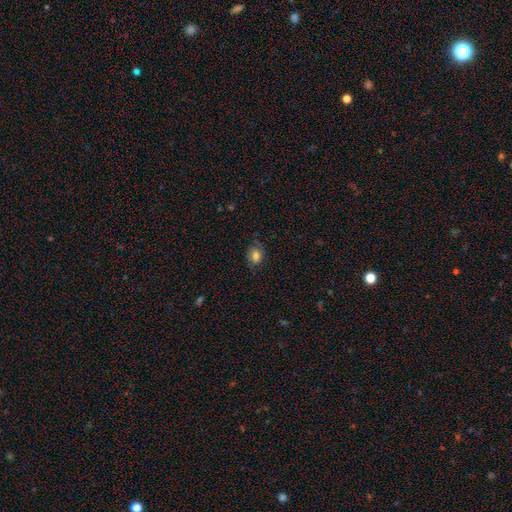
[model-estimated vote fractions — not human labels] A smooth galaxy with no disk features (72%) that is in between round and cigar-shaped (61%).

Vote fractions:
- Smooth or featured? smooth: 72% / featured or disk: 18% / star or artifact: 10%
- How rounded? in between: 61% / round: 38% / cigar-shaped: 1%
- Merging? none: 73% / minor disturbance: 19% / major disturbance: 6% / merger: 1%